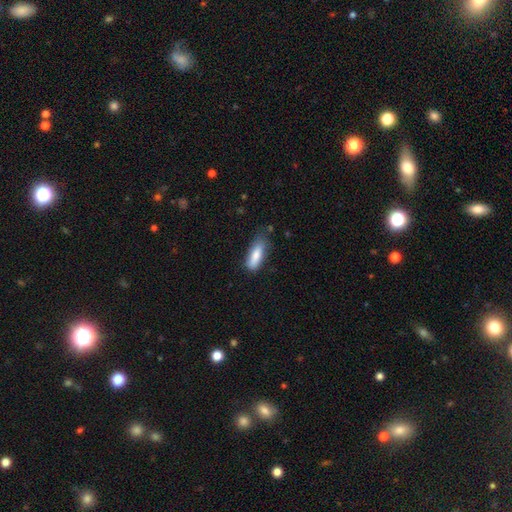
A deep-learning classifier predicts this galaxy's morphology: A smooth galaxy with no disk features (83%) that is in between round and cigar-shaped (58%).

Vote fractions:
- Smooth or featured? smooth: 83% / featured or disk: 11% / star or artifact: 7%
- How rounded? in between: 58% / cigar-shaped: 40% / round: 2%
- Merging? none: 61% / minor disturbance: 30% / major disturbance: 7% / merger: 2%